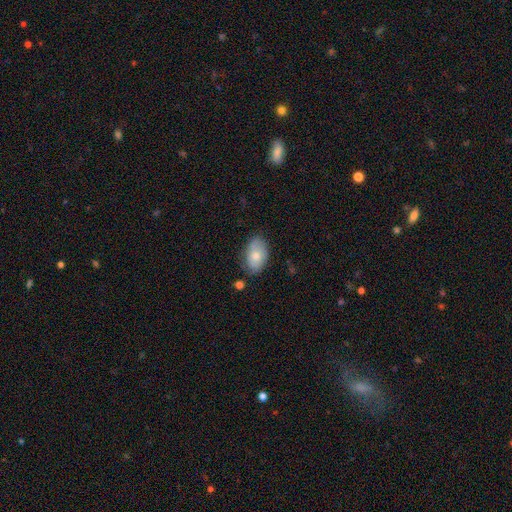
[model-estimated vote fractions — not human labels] This appears to be a smooth galaxy with no disk features (75%) that is in between round and cigar-shaped (90%). Merging: none (71%).